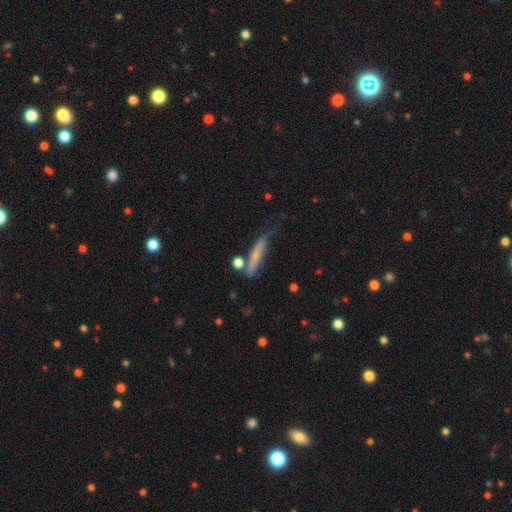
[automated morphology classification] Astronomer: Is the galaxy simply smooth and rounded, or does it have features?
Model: smooth — 57% (runner-up: featured or disk, 34%).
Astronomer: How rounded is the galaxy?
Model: cigar-shaped — 87%.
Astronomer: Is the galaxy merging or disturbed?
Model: none — 48% (runner-up: minor disturbance, 28%).